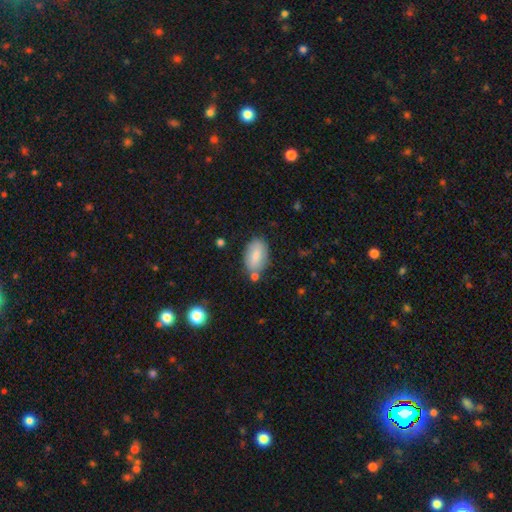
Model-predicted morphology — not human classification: Overall: smooth (77%). How rounded: in between (92%). Merging: none (69%).